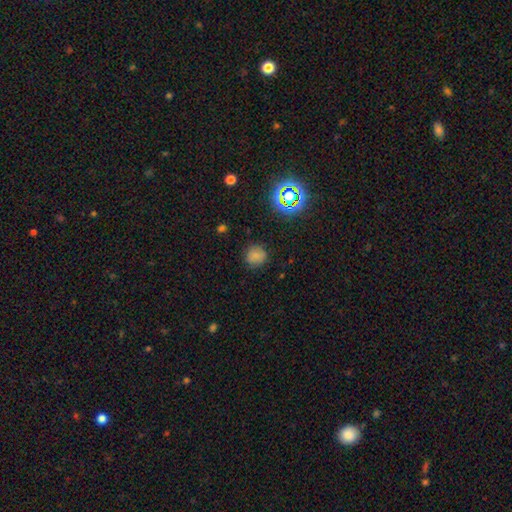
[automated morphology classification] smooth-or-featured: smooth: 74% | star or artifact: 19% | featured or disk: 7%
  how-rounded: round: 85% | in between: 13% | cigar-shaped: 1%
  merging: none: 84% | minor disturbance: 12% | major disturbance: 3% | merger: 1%